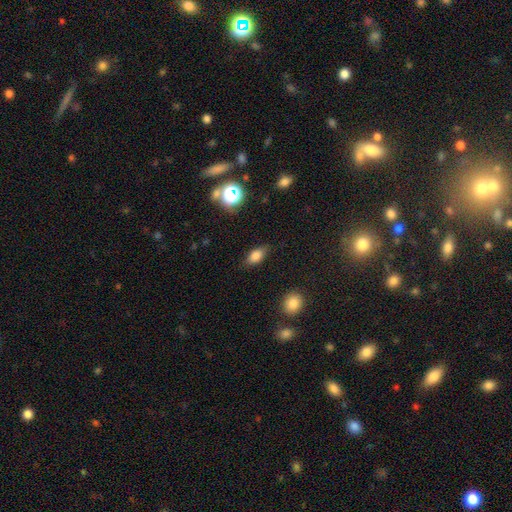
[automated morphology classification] Q: Smooth or featured?
A: smooth (79%); runner-up: star or artifact (11%)
Q: How rounded?
A: in between (85%); runner-up: round (9%)
Q: Merging?
A: none (81%); runner-up: minor disturbance (14%)